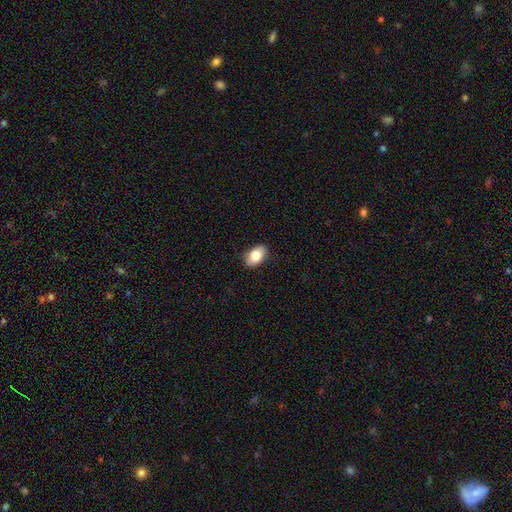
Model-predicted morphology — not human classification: Q: Smooth or featured?
A: smooth (83%); runner-up: featured or disk (10%)
Q: How rounded?
A: in between (90%); runner-up: round (8%)
Q: Merging?
A: none (87%); runner-up: minor disturbance (10%)